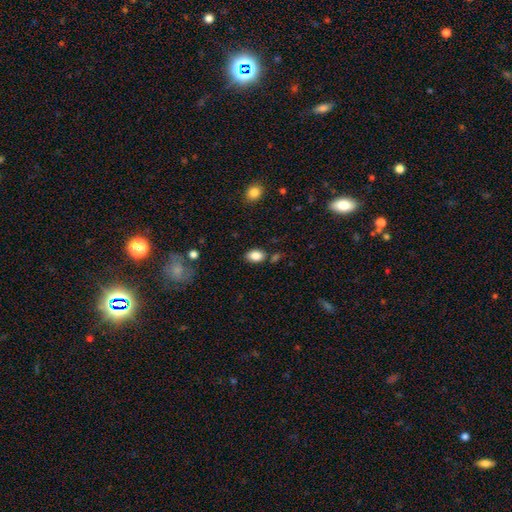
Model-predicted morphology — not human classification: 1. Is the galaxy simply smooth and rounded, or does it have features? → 85% smooth, 9% star or artifact, 6% featured or disk.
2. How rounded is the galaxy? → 84% in between, 14% round, 1% cigar-shaped.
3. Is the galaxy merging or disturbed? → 77% none, 13% minor disturbance, 6% merger, 3% major disturbance.